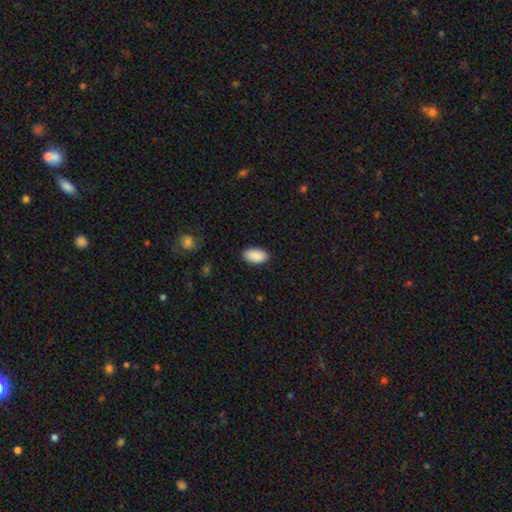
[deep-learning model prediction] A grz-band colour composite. It shows a smooth galaxy with no disk features (91%) that is in between round and cigar-shaped (95%). Merging: none (89%).